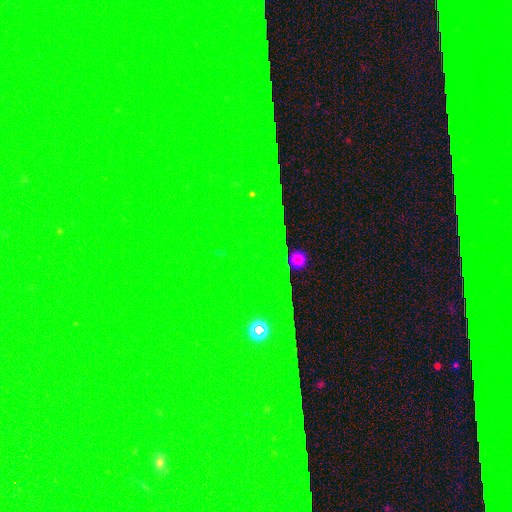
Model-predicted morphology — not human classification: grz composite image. It shows a star or artifact, not a galaxy (85%).